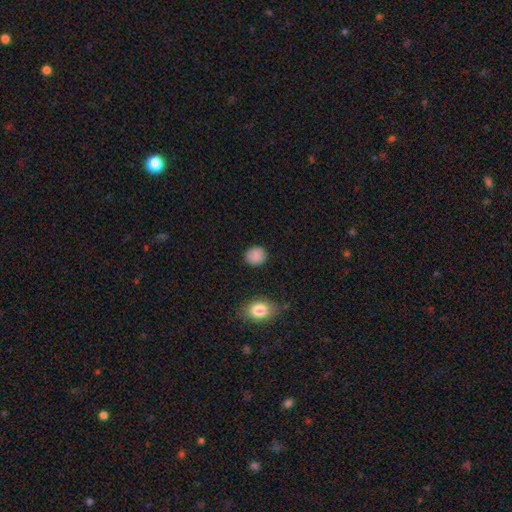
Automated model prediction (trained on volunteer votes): smooth-or-featured: smooth: 87% | star or artifact: 9% | featured or disk: 4%
  how-rounded: round: 78% | in between: 21% | cigar-shaped: 1%
  merging: none: 88% | minor disturbance: 8% | major disturbance: 2% | merger: 2%